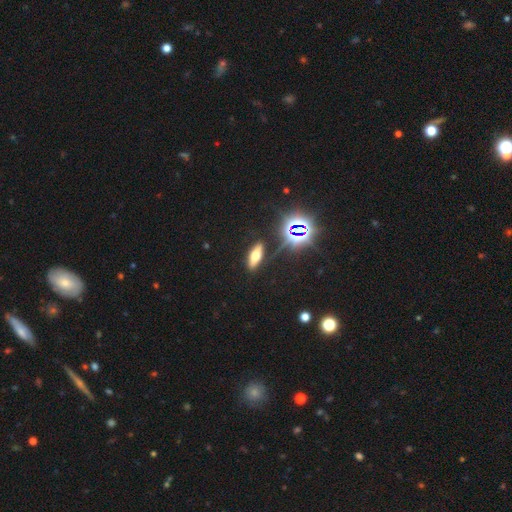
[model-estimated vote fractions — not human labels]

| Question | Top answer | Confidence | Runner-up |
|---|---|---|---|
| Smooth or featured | smooth | 48% | star or artifact (27%) |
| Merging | none | 84% | minor disturbance (10%) |